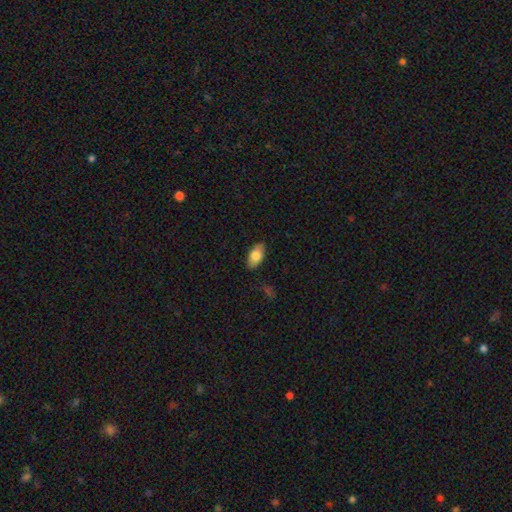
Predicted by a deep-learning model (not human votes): A smooth galaxy with no disk features (78%) that is in between round and cigar-shaped (92%).

Vote fractions:
- Smooth or featured? smooth: 78% / featured or disk: 15% / star or artifact: 7%
- How rounded? in between: 92% / cigar-shaped: 5% / round: 3%
- Merging? none: 87% / minor disturbance: 10% / major disturbance: 2% / merger: 1%